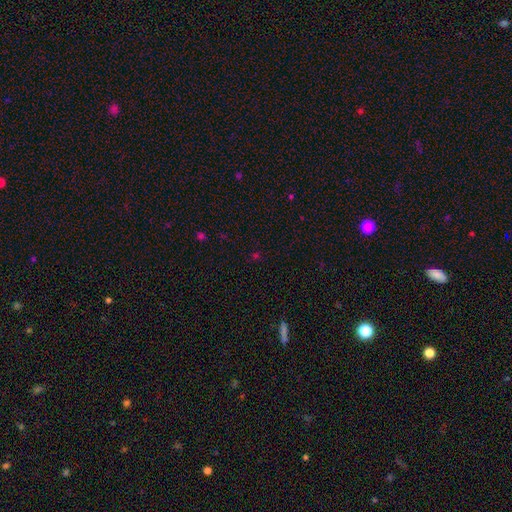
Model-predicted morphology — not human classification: Overall: star or artifact (57%; smooth 36%).